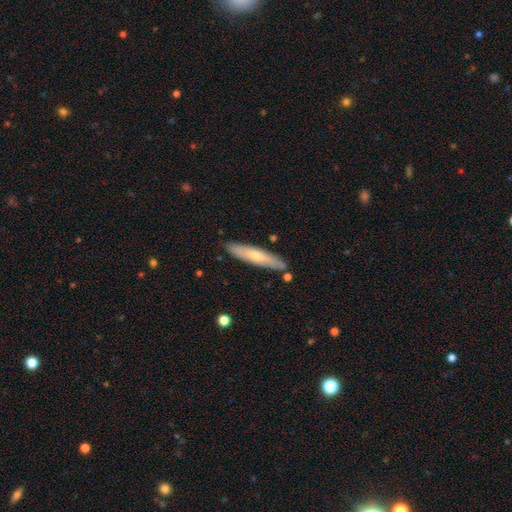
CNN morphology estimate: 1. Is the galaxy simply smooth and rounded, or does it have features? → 56% smooth, 38% featured or disk, 6% star or artifact.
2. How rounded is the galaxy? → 87% cigar-shaped, 11% in between, 1% round.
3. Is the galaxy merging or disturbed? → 85% none, 10% minor disturbance, 3% merger, 2% major disturbance.